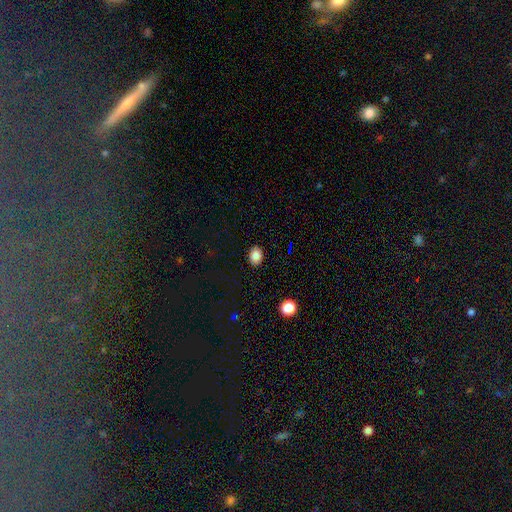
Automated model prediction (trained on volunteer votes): Smooth or featured: smooth — 87% (star or artifact — 9%)
How rounded: in between — 65% (round — 34%)
Merging: none — 89% (minor disturbance — 8%)